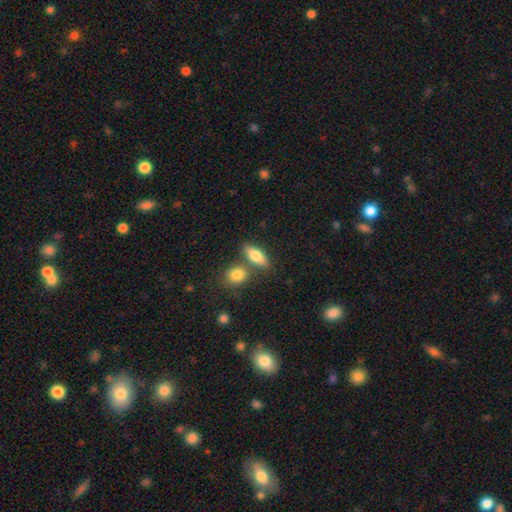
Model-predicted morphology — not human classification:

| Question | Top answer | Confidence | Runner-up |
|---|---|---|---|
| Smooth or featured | smooth | 76% | featured or disk (17%) |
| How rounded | in between | 71% | cigar-shaped (22%) |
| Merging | none | 63% | merger (22%) |